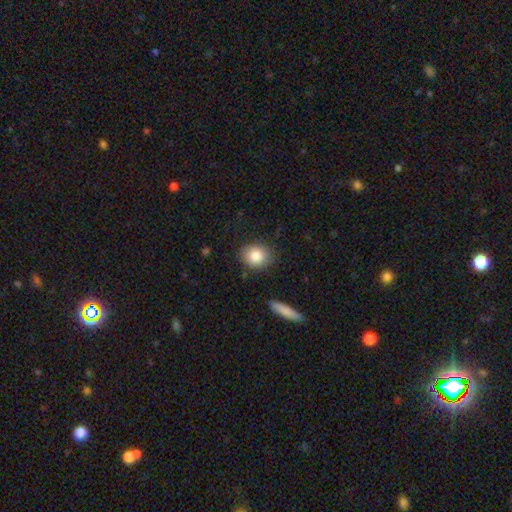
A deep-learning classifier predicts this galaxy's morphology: This is clearly a smooth galaxy (84%). How rounded: likely round (66%). Merging: clearly none (84%).